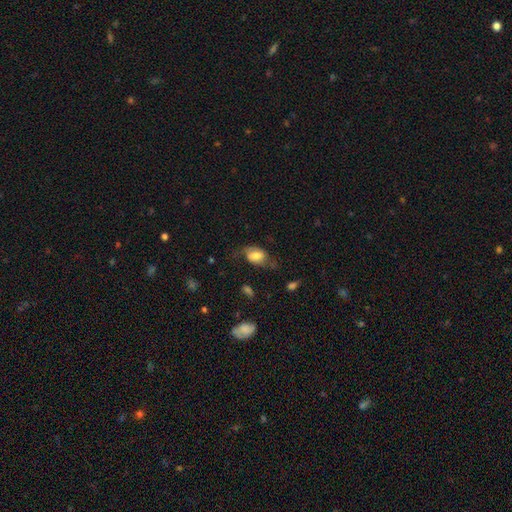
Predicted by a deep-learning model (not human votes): Smooth or featured?
  - smooth: 58% *
  - featured or disk: 34%
  - star or artifact: 8%
How rounded?
  - in between: 81% *
  - round: 17%
  - cigar-shaped: 2%
Merging?
  - none: 49% *
  - minor disturbance: 27%
  - major disturbance: 22%
  - merger: 2%